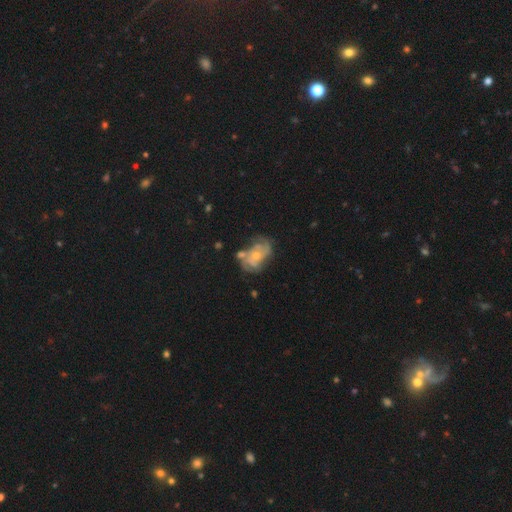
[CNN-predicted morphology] A featured or disk galaxy (74%) with no bar (75%), medium (41%) spiral arms (81%) and a small central bulge (53%).

Vote fractions:
- Smooth or featured? featured or disk: 74% / smooth: 19% / star or artifact: 7%
- Edge-on disk? no: 98% / yes: 2%
- Bar? no: 75% / weak: 21% / strong: 4%
- Spiral arms? yes: 81% / no: 19%
- Spiral winding? medium: 41% / tight: 37% / loose: 22%
- Spiral arm count? can't tell: 35% / 2: 27% / 3: 21% / 4: 7% / 1: 5% / more than 4: 4%
- Bulge size? small: 53% / moderate: 41% / none: 3% / large: 2% / dominant: 1%
- Merging? none: 43% / minor disturbance: 24% / major disturbance: 19% / merger: 14%